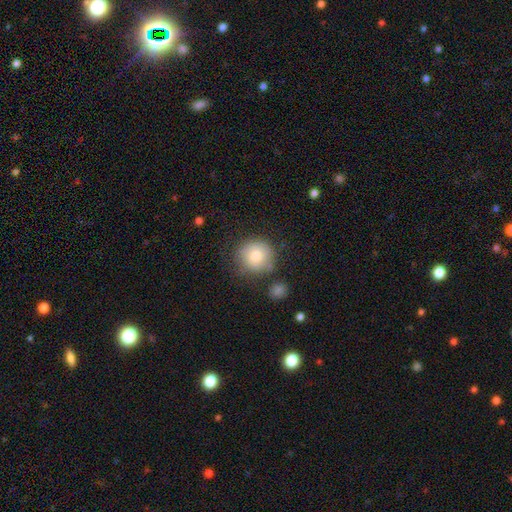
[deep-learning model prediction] Overall: smooth (78%). How rounded: round (91%). Merging: none (72%).